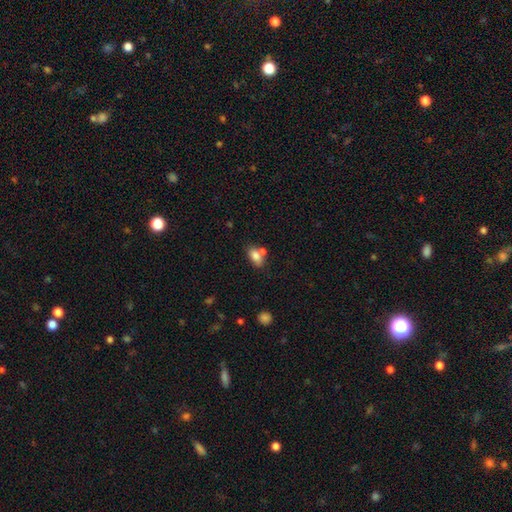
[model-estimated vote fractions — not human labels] smooth_or_featured: smooth (p=0.81) [alt: featured or disk p=0.10]
how_rounded: in between (p=0.87) [alt: round p=0.08]
merging: none (p=0.53) [alt: merger p=0.29]